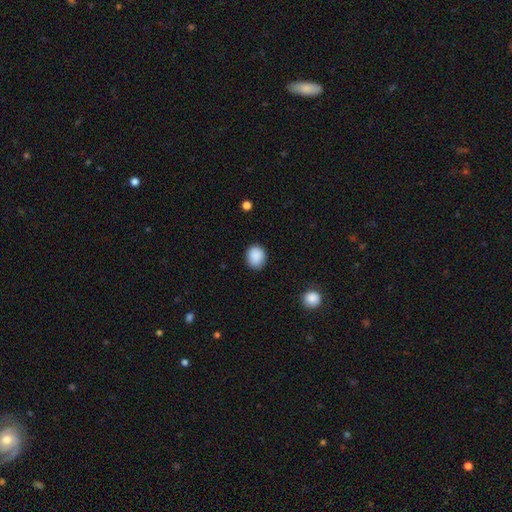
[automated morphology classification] Smooth or featured: smooth — 89% (star or artifact — 8%)
How rounded: round — 68% (in between — 31%)
Merging: none — 86% (minor disturbance — 10%)